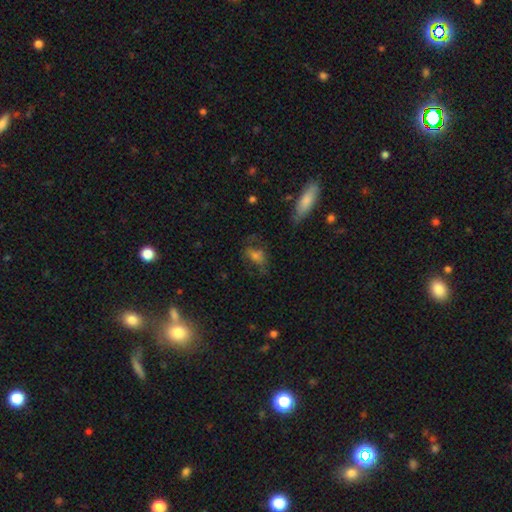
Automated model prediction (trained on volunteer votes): The model was most divided on "smooth or featured": smooth: 51%, featured or disk: 32%, star or artifact: 16%. Remaining: how rounded — in between (72%); merging — none (49%).